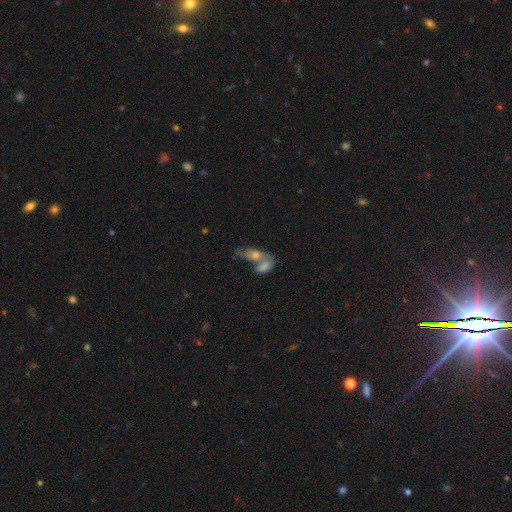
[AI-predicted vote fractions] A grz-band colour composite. It shows a smooth galaxy with no disk features (50%). Merging: merger (61%).